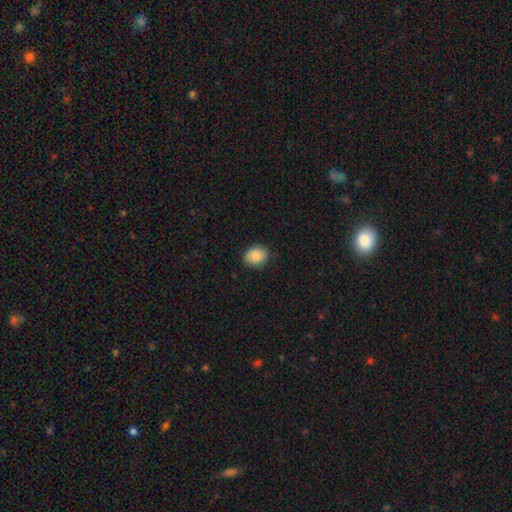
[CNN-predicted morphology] Q: Smooth or featured?
A: smooth (86%); runner-up: star or artifact (7%)
Q: How rounded?
A: in between (52%); runner-up: round (47%)
Q: Merging?
A: none (85%); runner-up: minor disturbance (12%)